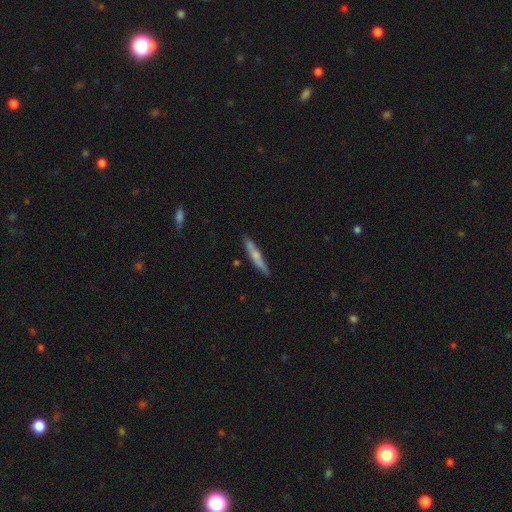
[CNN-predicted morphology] This appears to be a smooth galaxy with no disk features (57%) that is cigar-shaped (92%). Merging: none (86%).